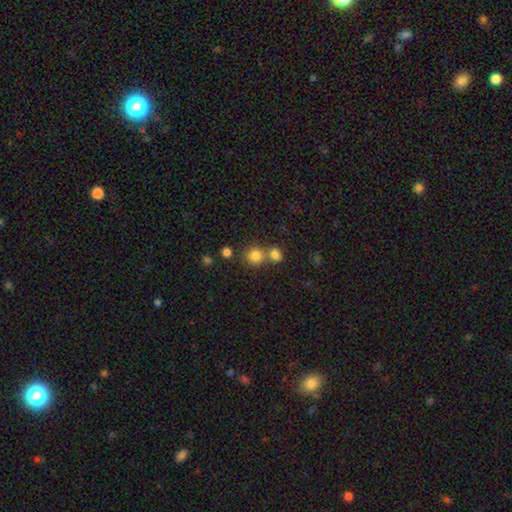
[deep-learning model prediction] smooth 82%, star or artifact 12%, featured or disk 6%. Down the decision tree: how rounded — round (87%); merging — none (58%).